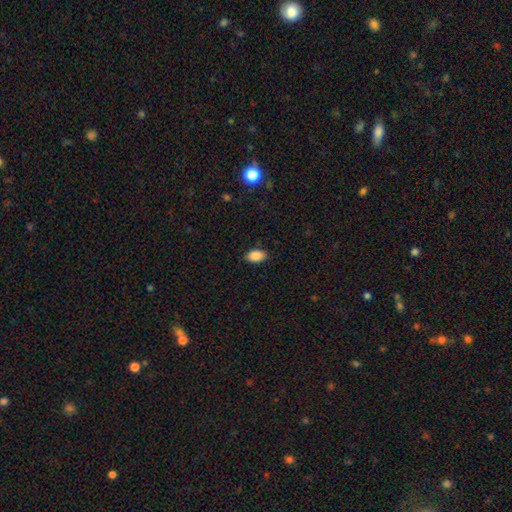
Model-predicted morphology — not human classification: This appears to be a smooth galaxy with no disk features (88%) that is in between round and cigar-shaped (92%). Merging: none (86%).